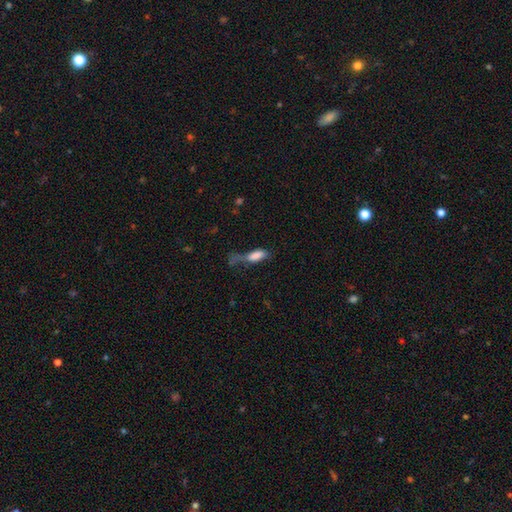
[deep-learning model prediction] A smooth galaxy with no disk features (77%) that is in between round and cigar-shaped (68%).

Vote fractions:
- Smooth or featured? smooth: 77% / featured or disk: 13% / star or artifact: 9%
- How rounded? in between: 68% / cigar-shaped: 28% / round: 3%
- Merging? major disturbance: 38% / none: 25% / minor disturbance: 23% / merger: 14%